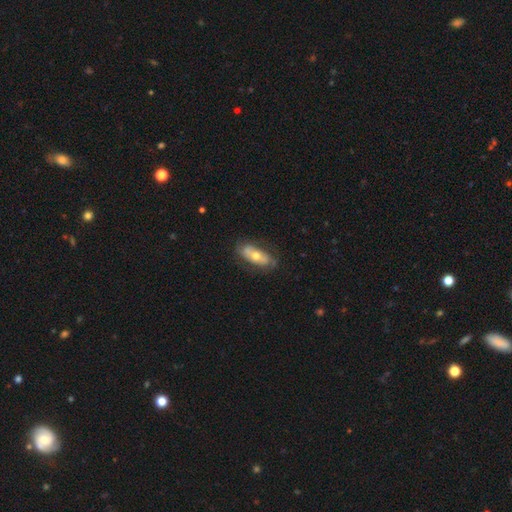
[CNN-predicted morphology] Smooth or featured? featured or disk (47%, tied with smooth)
Merging? none (72%)